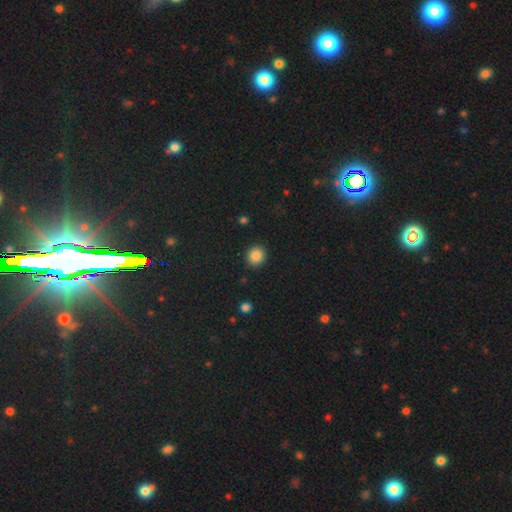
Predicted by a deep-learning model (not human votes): Smooth or featured: smooth — 87% (star or artifact — 10%)
How rounded: round — 84% (in between — 15%)
Merging: none — 91% (minor disturbance — 6%)